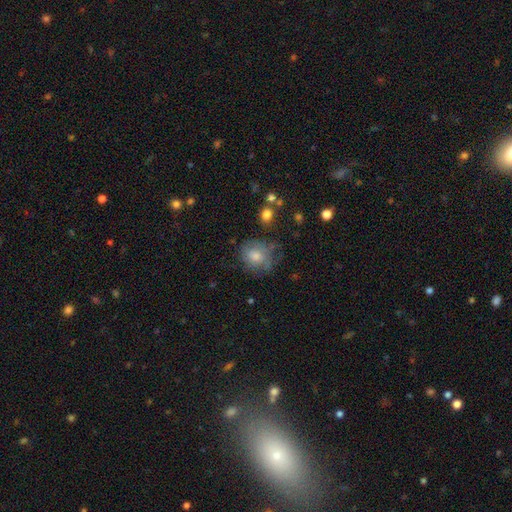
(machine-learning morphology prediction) Smooth or featured? smooth (51%)
How rounded? round (72%)
Merging? none (63%)